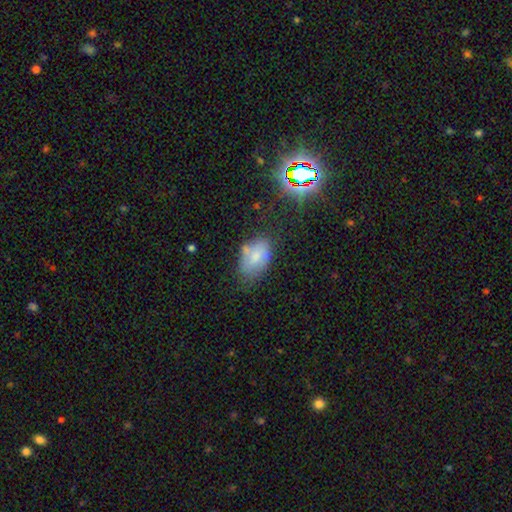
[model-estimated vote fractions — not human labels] Overall: smooth (68%). How rounded: in between (89%). Merging: none (54%; minor disturbance 28%).